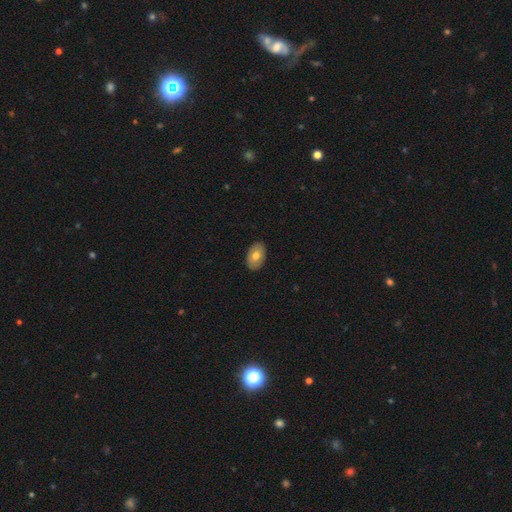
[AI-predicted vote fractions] Morphology: type=smooth (69%); roundness=in between (90%); merging=none (89%).